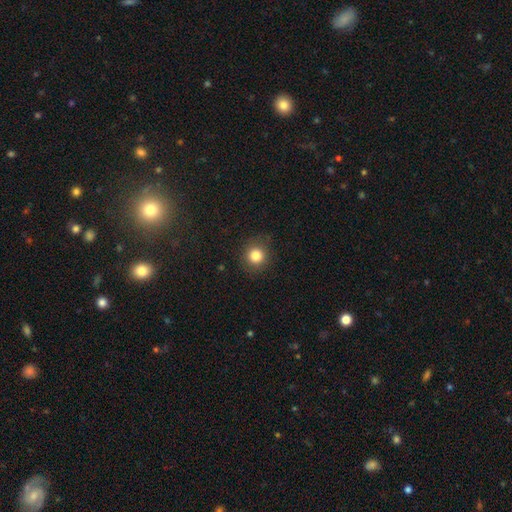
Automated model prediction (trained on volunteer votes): This appears to be a smooth galaxy with no disk features (83%) that is round (89%). Merging: none (87%).